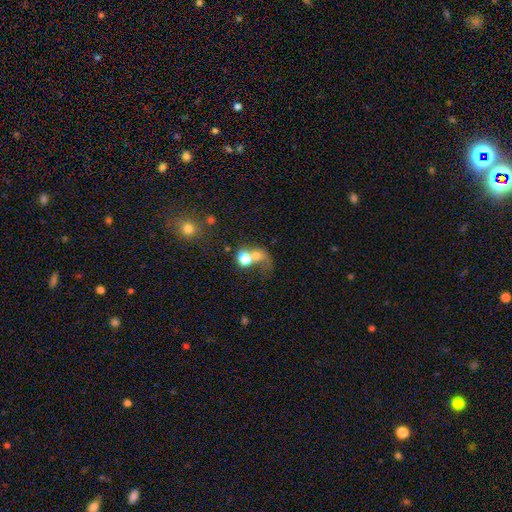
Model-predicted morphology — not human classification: smooth 64%, featured or disk 22%, star or artifact 13%. Down the decision tree: how rounded — round (61%); merging — merger (57%).